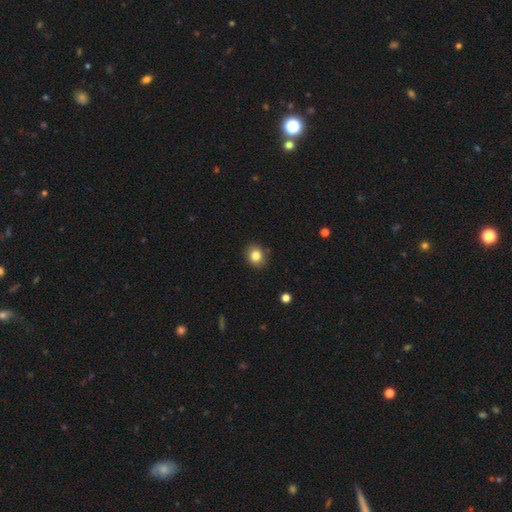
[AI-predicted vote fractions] Smooth or featured?
  - smooth: 83% *
  - star or artifact: 10%
  - featured or disk: 7%
How rounded?
  - round: 70% *
  - in between: 29%
  - cigar-shaped: 1%
Merging?
  - none: 87% *
  - minor disturbance: 10%
  - major disturbance: 2%
  - merger: 1%